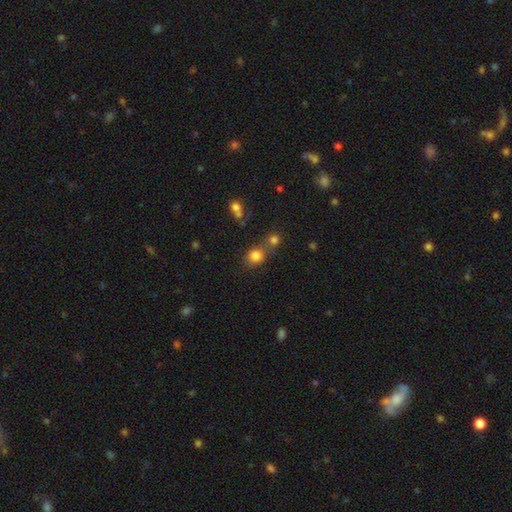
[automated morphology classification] smooth 81%, star or artifact 13%, featured or disk 7%. Down the decision tree: how rounded — round (73%); merging — none (56%).